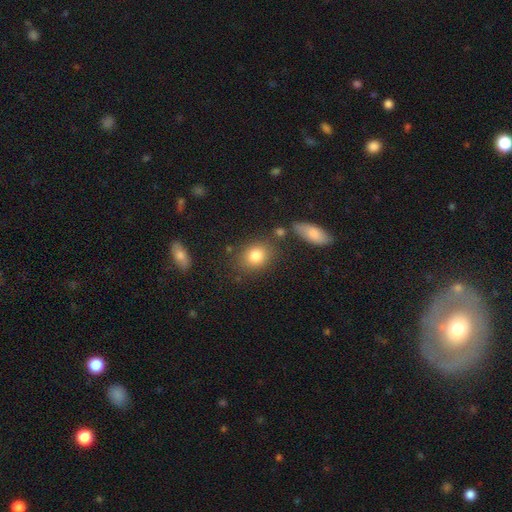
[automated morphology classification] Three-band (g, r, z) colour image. It shows a smooth galaxy with no disk features (82%) that is round (52%). Merging: none (75%).